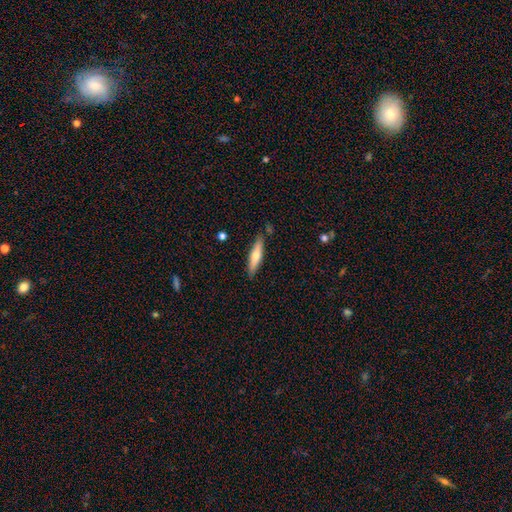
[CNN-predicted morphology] Smooth or featured?
  - smooth: 60% *
  - featured or disk: 35%
  - star or artifact: 6%
How rounded?
  - cigar-shaped: 79% *
  - in between: 19%
  - round: 2%
Merging?
  - none: 83% *
  - minor disturbance: 12%
  - merger: 3%
  - major disturbance: 2%